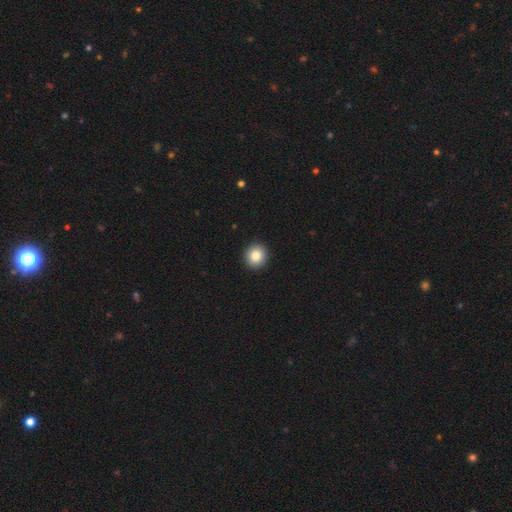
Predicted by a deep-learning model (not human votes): smooth-or-featured: smooth: 85% | star or artifact: 9% | featured or disk: 6%
  how-rounded: round: 90% | in between: 9% | cigar-shaped: 1%
  merging: none: 93% | minor disturbance: 5% | major disturbance: 1% | merger: 1%